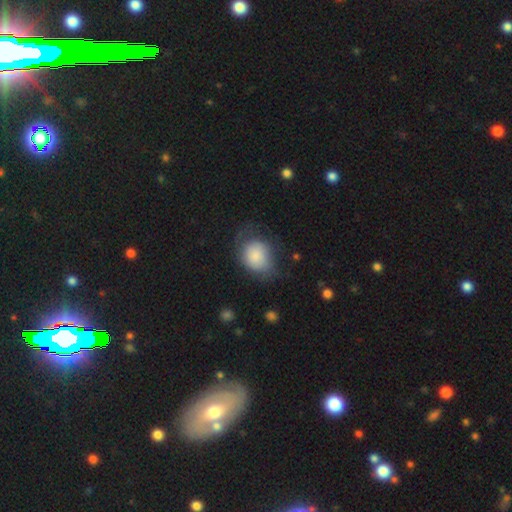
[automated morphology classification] smooth-or-featured: smooth: 77% | featured or disk: 16% | star or artifact: 8%
  how-rounded: round: 54% | in between: 45% | cigar-shaped: 1%
  merging: none: 45% | minor disturbance: 31% | major disturbance: 22% | merger: 2%